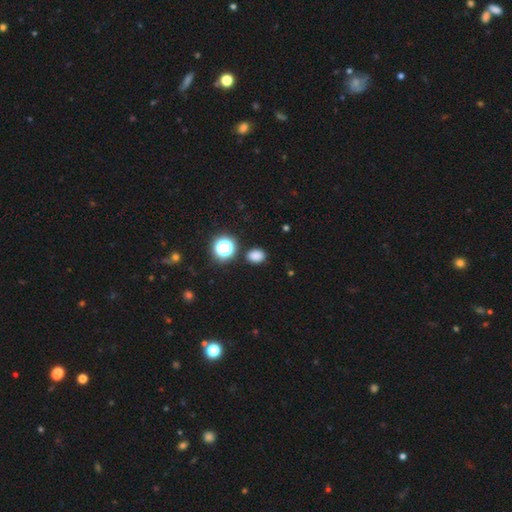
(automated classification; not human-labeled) The model was most divided on "how rounded": in between: 56%, round: 43%, cigar-shaped: 1%. More confident: merging — none (85%); smooth or featured — smooth (79%).